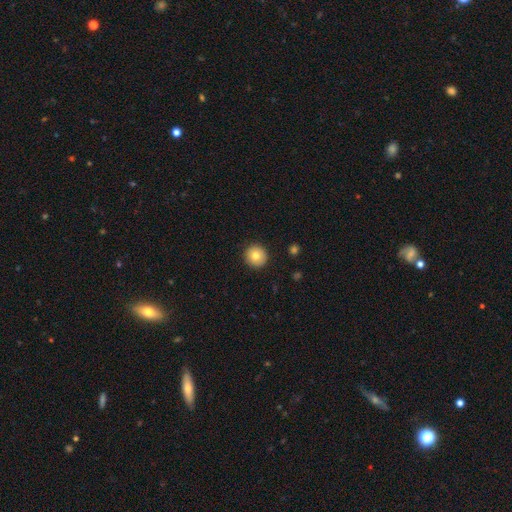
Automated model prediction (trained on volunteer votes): Morphology: type=smooth (80%); roundness=round (95%); merging=none (93%).